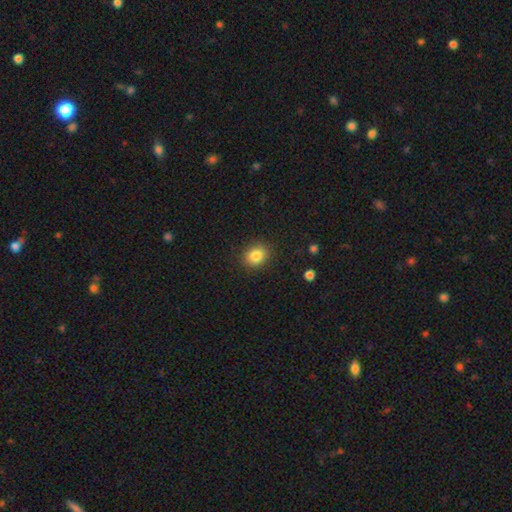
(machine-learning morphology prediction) Smooth or featured? smooth (85%)
How rounded? round (63%)
Merging? none (88%)